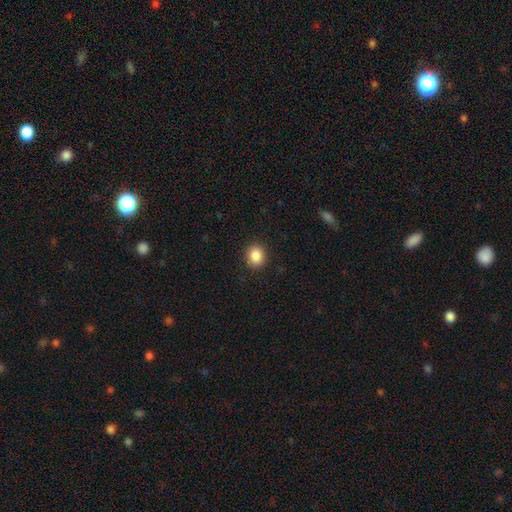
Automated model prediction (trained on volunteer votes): Smooth or featured: smooth — 88% (star or artifact — 9%)
How rounded: round — 66% (in between — 33%)
Merging: none — 90% (minor disturbance — 7%)